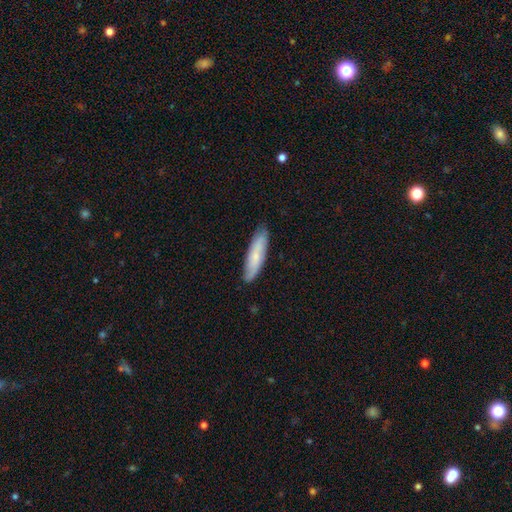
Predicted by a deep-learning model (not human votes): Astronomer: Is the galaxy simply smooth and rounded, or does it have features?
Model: smooth — 61%.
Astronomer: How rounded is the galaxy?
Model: cigar-shaped — 68%.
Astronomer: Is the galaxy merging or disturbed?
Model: none — 83%.